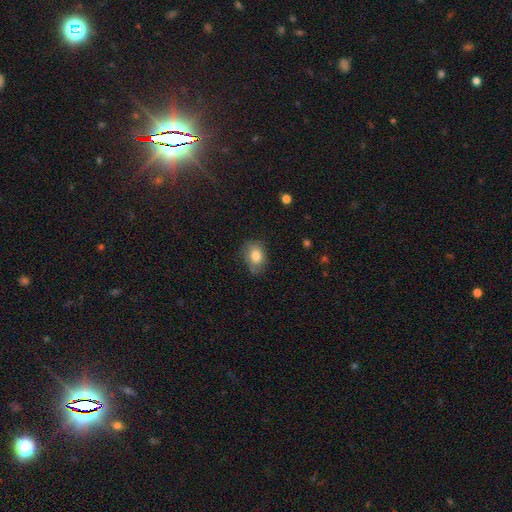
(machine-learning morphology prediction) Smooth or featured? smooth (80%)
How rounded? in between (69%)
Merging? none (66%)